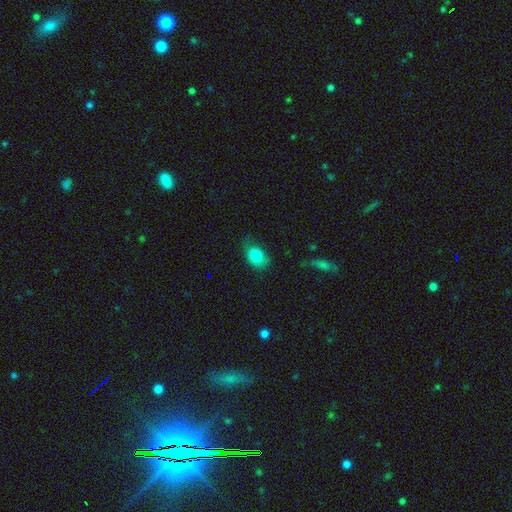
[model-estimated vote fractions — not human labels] Morphology: type=smooth (83%); roundness=in between (77%); merging=none (65%).